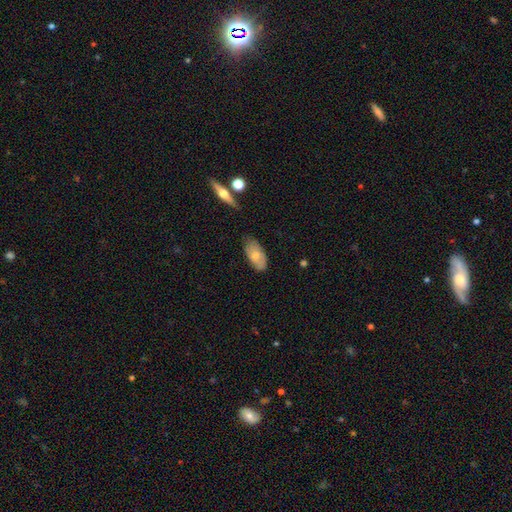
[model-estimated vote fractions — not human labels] A smooth galaxy with no disk features (71%) that is in between round and cigar-shaped (92%).

Vote fractions:
- Smooth or featured? smooth: 71% / featured or disk: 23% / star or artifact: 6%
- How rounded? in between: 92% / cigar-shaped: 5% / round: 3%
- Merging? none: 71% / minor disturbance: 23% / major disturbance: 4% / merger: 2%